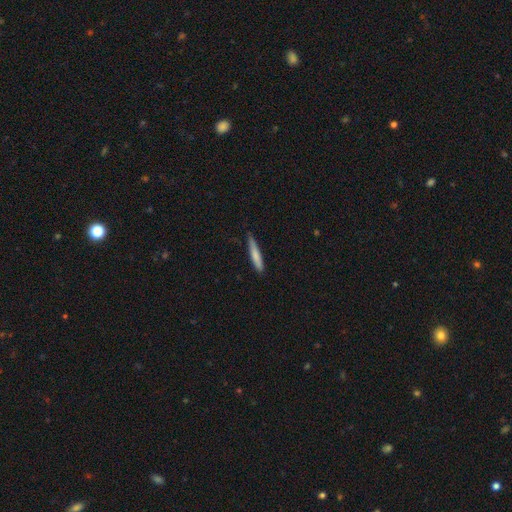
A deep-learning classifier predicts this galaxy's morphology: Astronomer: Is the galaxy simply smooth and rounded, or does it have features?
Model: smooth — 76%.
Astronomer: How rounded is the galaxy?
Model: cigar-shaped — 92%.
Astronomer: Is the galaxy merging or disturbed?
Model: none — 76%.